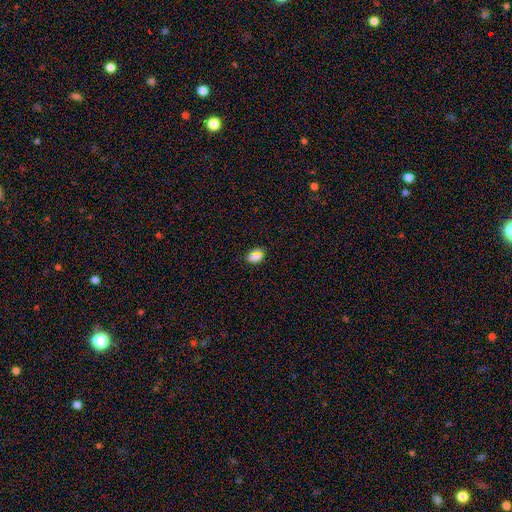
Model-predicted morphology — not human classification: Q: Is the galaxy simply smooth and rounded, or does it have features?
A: smooth — 70%.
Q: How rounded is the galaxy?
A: in between — 74%.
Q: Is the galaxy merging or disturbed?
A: none — 85%.